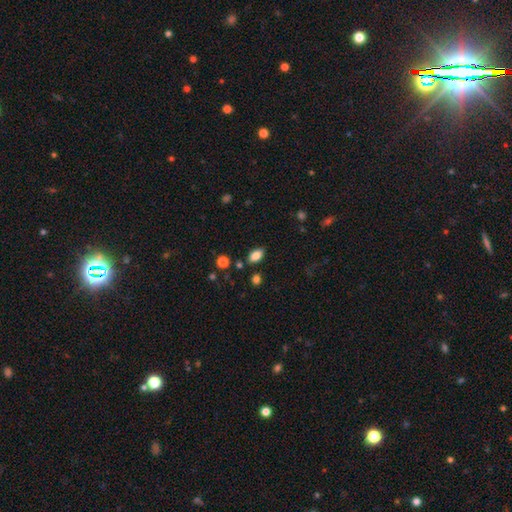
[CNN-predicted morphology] This appears to be a smooth galaxy with no disk features (84%) that is in between round and cigar-shaped (89%). Merging: none (82%).